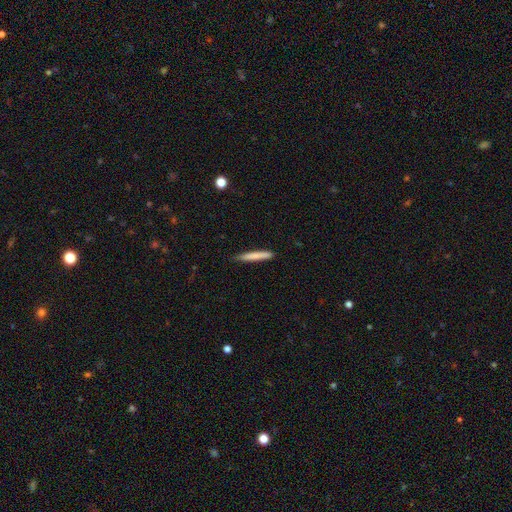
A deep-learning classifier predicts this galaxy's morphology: This appears to be a smooth galaxy with no disk features (79%) that is cigar-shaped (95%). Merging: none (85%).